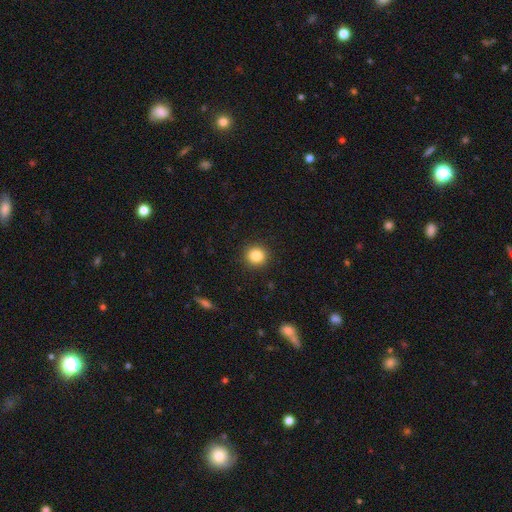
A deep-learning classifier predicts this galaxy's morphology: Smooth or featured: smooth — 85% (star or artifact — 10%)
How rounded: round — 91% (in between — 8%)
Merging: none — 92% (minor disturbance — 5%)